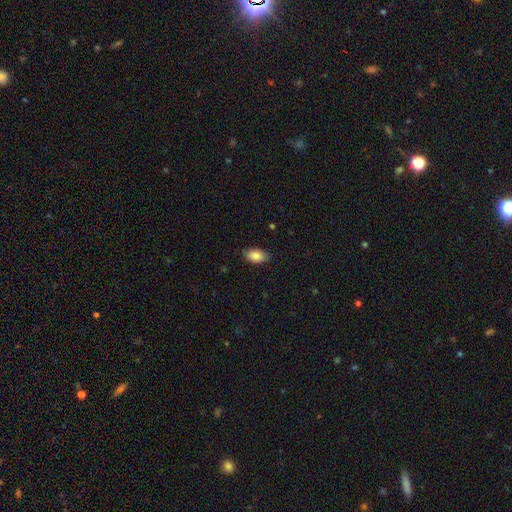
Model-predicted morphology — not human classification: A smooth galaxy with no disk features (85%) that is in between round and cigar-shaped (92%). Merging: none (83%).